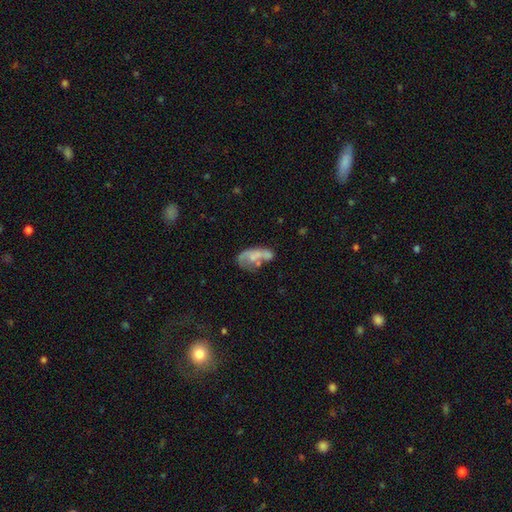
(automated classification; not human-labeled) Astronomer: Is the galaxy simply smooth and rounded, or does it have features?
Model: featured or disk — 46% (runner-up: smooth, 44%).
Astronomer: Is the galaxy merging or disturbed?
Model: merger — 29% (runner-up: none, 26%).